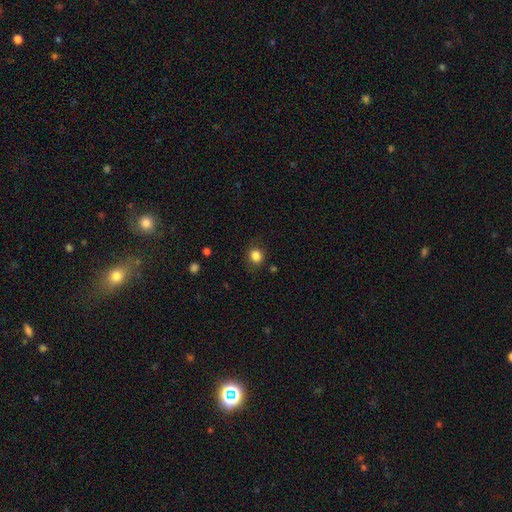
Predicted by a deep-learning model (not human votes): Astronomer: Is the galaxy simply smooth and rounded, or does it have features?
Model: smooth — 85%.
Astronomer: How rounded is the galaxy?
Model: round — 78%.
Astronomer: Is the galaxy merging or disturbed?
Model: none — 82%.